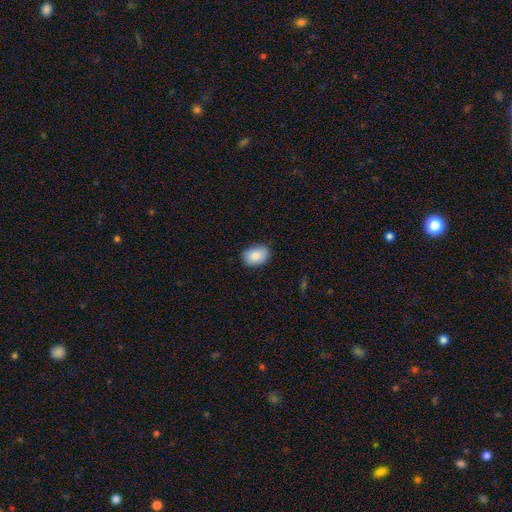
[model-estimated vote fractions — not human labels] smooth 88%, star or artifact 7%, featured or disk 5%. Down the decision tree: how rounded — in between (79%); merging — none (84%).